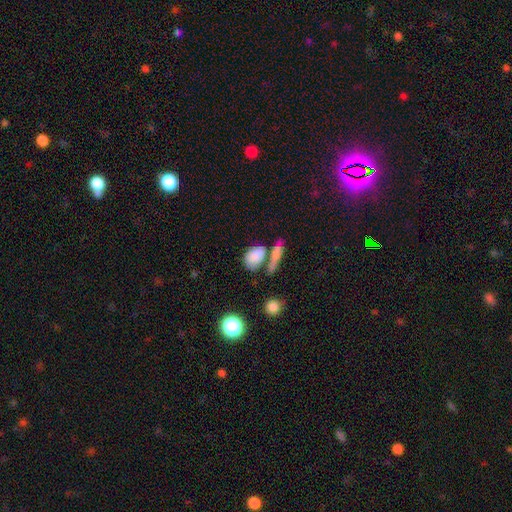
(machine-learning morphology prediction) A smooth galaxy with no disk features (81%) that is in between round and cigar-shaped (80%).

Vote fractions:
- Smooth or featured? smooth: 81% / featured or disk: 10% / star or artifact: 9%
- How rounded? in between: 80% / round: 14% / cigar-shaped: 5%
- Merging? none: 43% / merger: 35% / minor disturbance: 14% / major disturbance: 8%